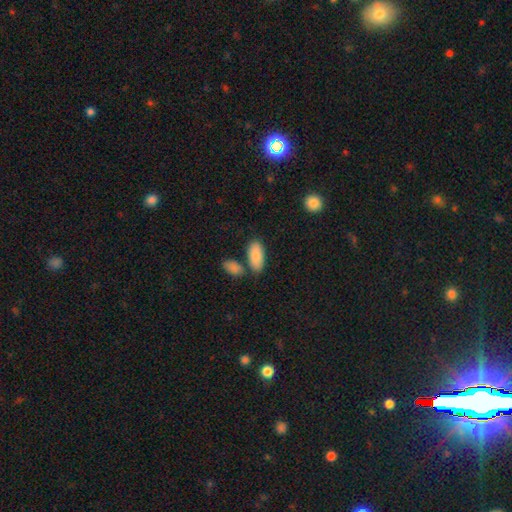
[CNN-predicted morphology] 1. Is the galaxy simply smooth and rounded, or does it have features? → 89% smooth, 6% star or artifact, 5% featured or disk.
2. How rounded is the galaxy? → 90% in between, 8% cigar-shaped, 2% round.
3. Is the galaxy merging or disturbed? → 70% none, 15% merger, 12% minor disturbance, 4% major disturbance.